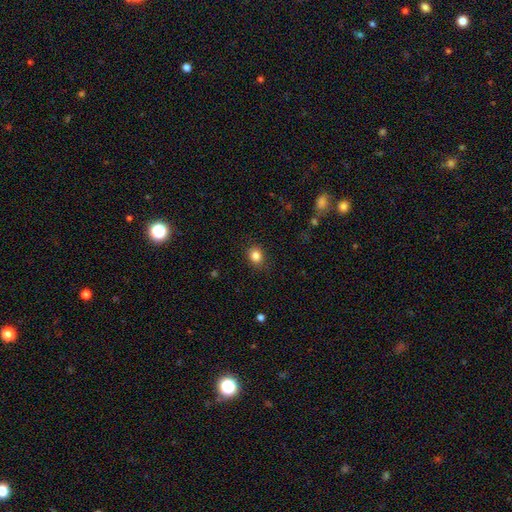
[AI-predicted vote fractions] Smooth or featured? smooth (85%)
How rounded? round (63%)
Merging? none (86%)